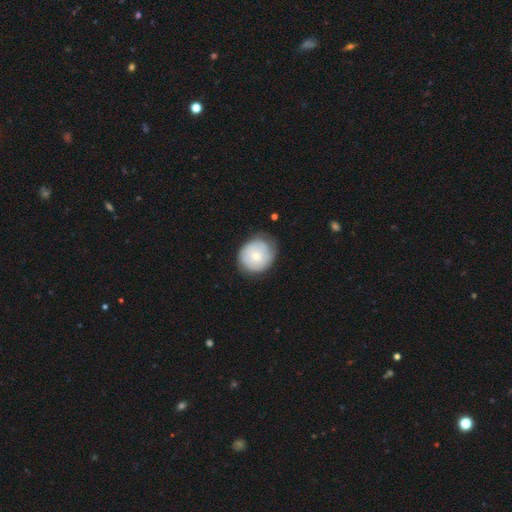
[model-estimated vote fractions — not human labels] Smooth or featured?
  - smooth: 61% *
  - featured or disk: 33%
  - star or artifact: 7%
How rounded?
  - round: 78% *
  - in between: 21%
  - cigar-shaped: 1%
Merging?
  - none: 66% *
  - minor disturbance: 26%
  - major disturbance: 7%
  - merger: 1%